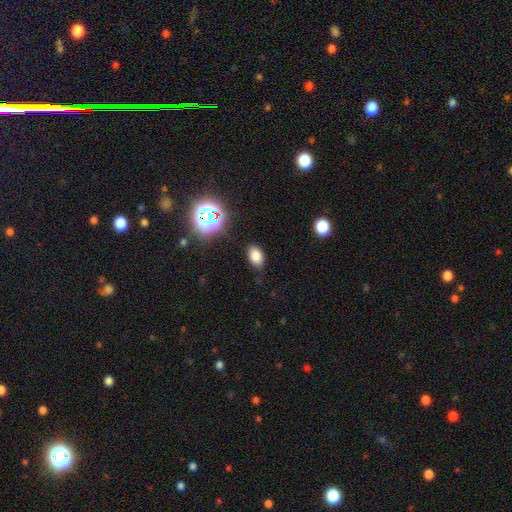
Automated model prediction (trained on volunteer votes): smooth-or-featured: smooth: 80% | star or artifact: 14% | featured or disk: 6%
  how-rounded: in between: 87% | round: 11% | cigar-shaped: 1%
  merging: none: 85% | minor disturbance: 11% | major disturbance: 3% | merger: 2%